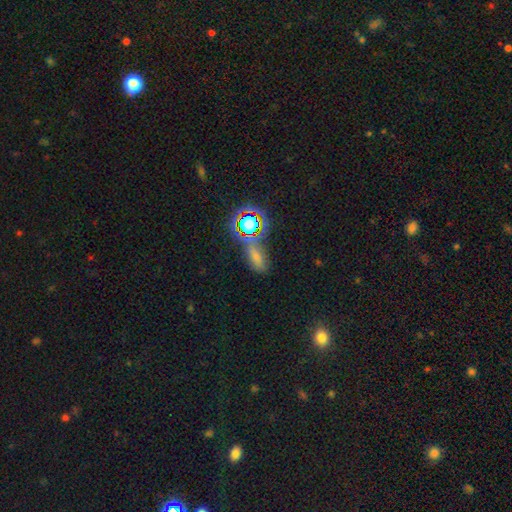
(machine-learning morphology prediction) Smooth or featured?
  - star or artifact: 48% *
  - smooth: 39%
  - featured or disk: 13%